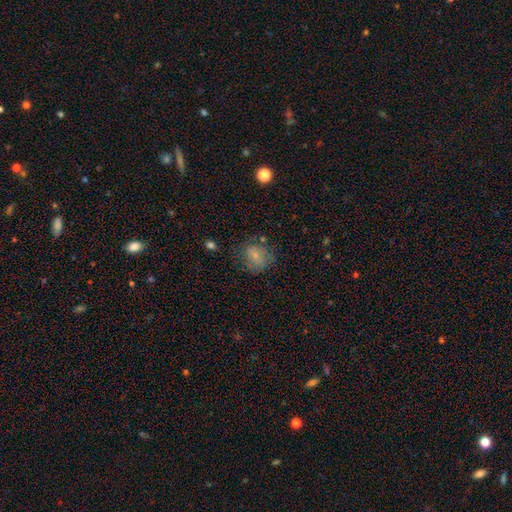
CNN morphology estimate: A smooth galaxy with no disk features (72%) that is round (65%). Merging: none (65%).